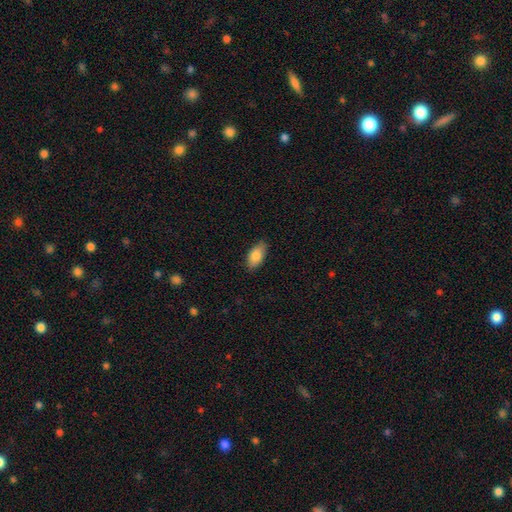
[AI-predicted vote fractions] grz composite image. It shows a smooth galaxy with no disk features (85%) that is in between round and cigar-shaped (91%). Merging: none (83%).